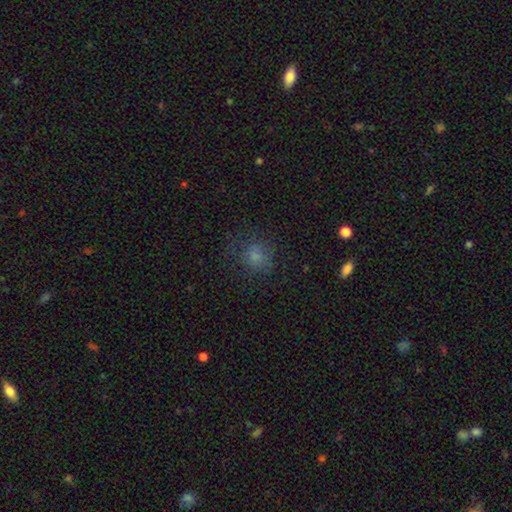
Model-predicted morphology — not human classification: This appears to be a smooth galaxy with no disk features (71%) that is round (74%). Merging: none (63%).